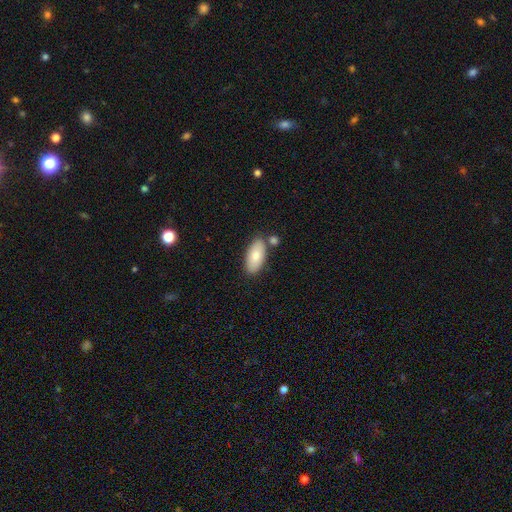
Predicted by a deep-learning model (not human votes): Smooth or featured? Predicted: smooth (p=0.80). How rounded? Predicted: in between (p=0.92). Merging? Predicted: none (p=0.75).